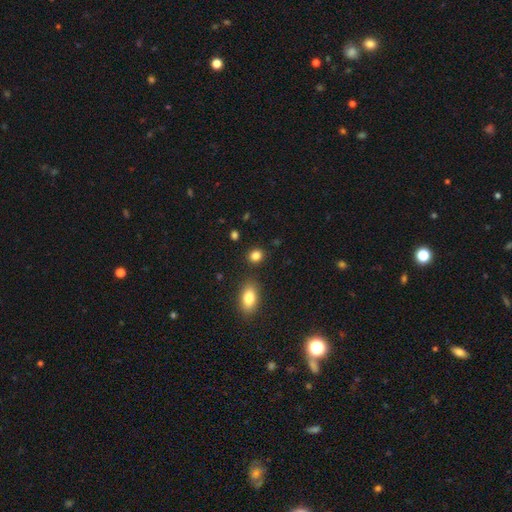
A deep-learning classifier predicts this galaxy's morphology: Q: Smooth or featured?
A: smooth (85%); runner-up: star or artifact (11%)
Q: How rounded?
A: round (64%); runner-up: in between (35%)
Q: Merging?
A: none (85%); runner-up: minor disturbance (8%)